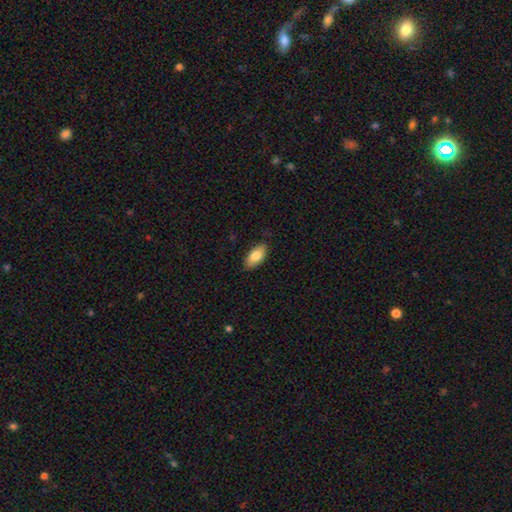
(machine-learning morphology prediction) A smooth galaxy with no disk features (82%) that is in between round and cigar-shaped (90%).

Vote fractions:
- Smooth or featured? smooth: 82% / featured or disk: 11% / star or artifact: 6%
- How rounded? in between: 90% / cigar-shaped: 7% / round: 2%
- Merging? none: 83% / minor disturbance: 13% / major disturbance: 2% / merger: 1%